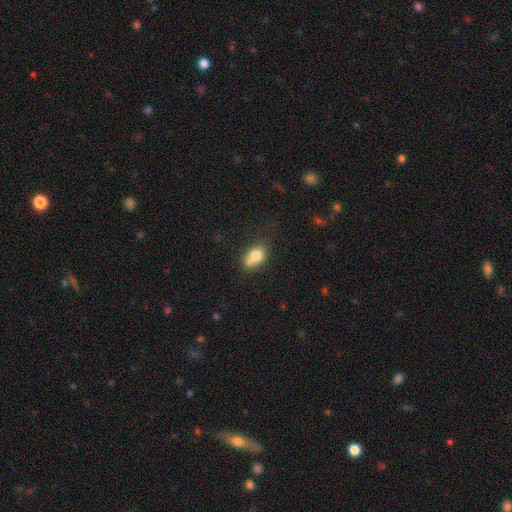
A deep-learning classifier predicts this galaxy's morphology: The model was most divided on "merging": none: 44%, merger: 25%, minor disturbance: 24%, major disturbance: 8%. More confident: smooth or featured — smooth (76%); how rounded — in between (68%).